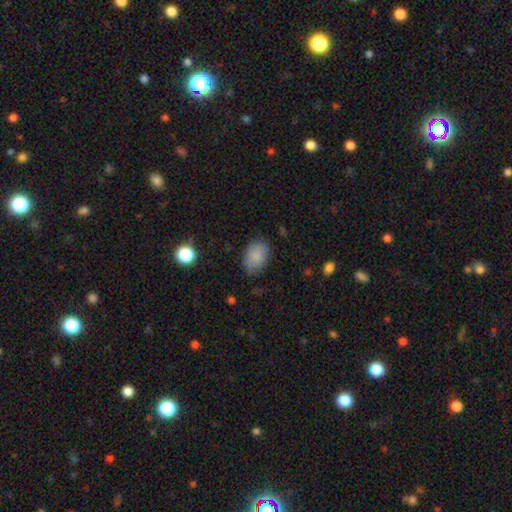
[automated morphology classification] This is clearly a smooth galaxy (86%). How rounded: clearly in between (81%). Merging: likely none (78%).